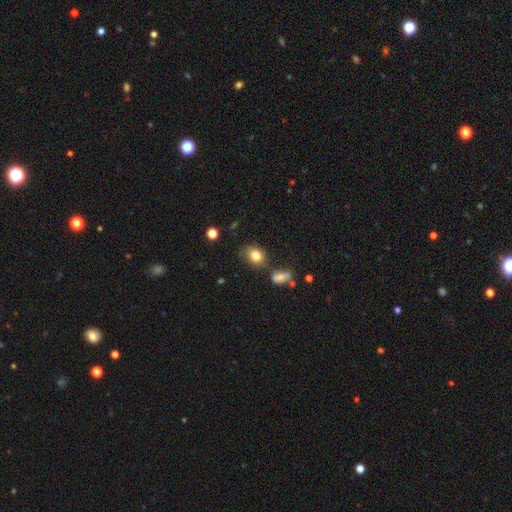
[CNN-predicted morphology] type=smooth (81%); roundness=in between (58%); merging=none (65%).